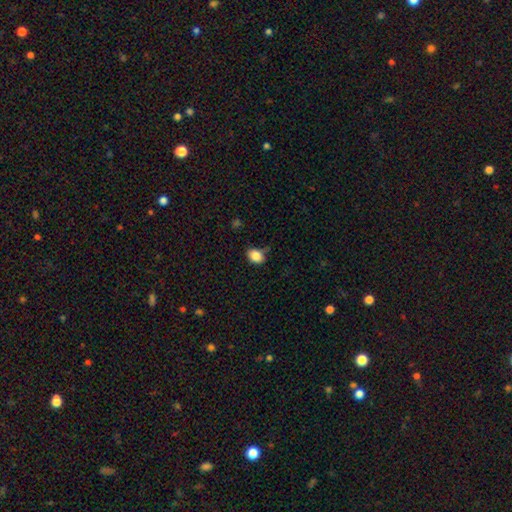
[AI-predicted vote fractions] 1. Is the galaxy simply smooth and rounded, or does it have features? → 86% smooth, 9% star or artifact, 5% featured or disk.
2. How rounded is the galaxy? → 64% in between, 35% round, 1% cigar-shaped.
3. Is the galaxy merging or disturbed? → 68% none, 24% minor disturbance, 5% major disturbance, 3% merger.